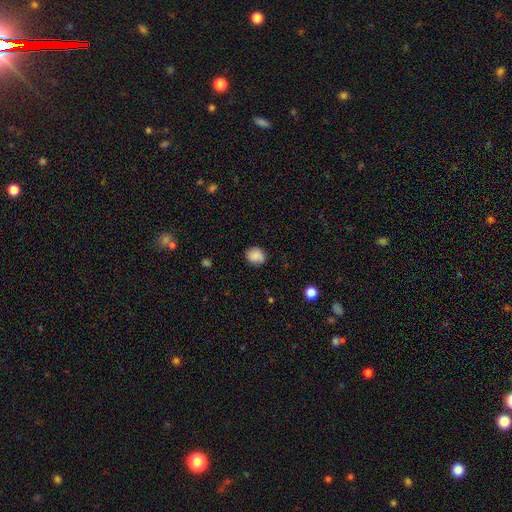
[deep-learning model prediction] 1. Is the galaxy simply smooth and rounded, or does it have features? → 83% smooth, 9% star or artifact, 8% featured or disk.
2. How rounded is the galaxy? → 73% round, 26% in between, 1% cigar-shaped.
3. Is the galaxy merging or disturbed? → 81% none, 15% minor disturbance, 3% major disturbance, 1% merger.